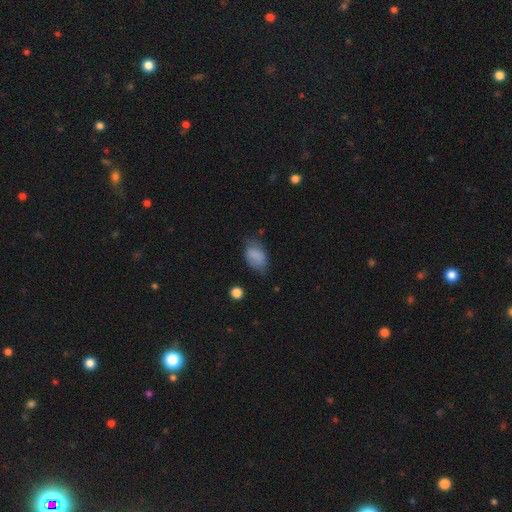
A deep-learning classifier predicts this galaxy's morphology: type=smooth (82%); roundness=in between (89%); merging=none (57%).